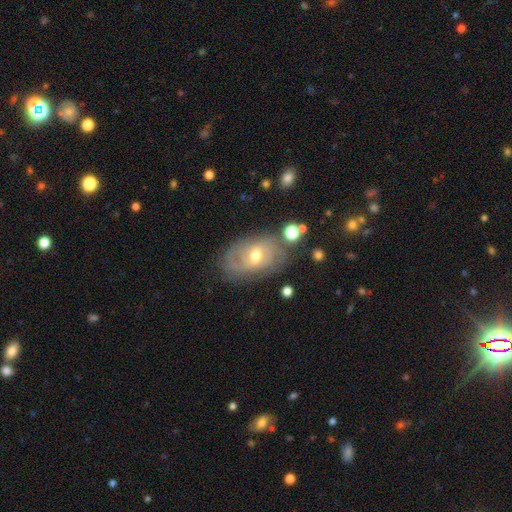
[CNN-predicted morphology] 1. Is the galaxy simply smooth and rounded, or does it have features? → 72% featured or disk, 20% smooth, 8% star or artifact.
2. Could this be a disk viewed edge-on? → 95% no, 5% yes.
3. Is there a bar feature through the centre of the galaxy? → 50% no, 41% weak, 9% strong.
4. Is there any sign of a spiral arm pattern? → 81% yes, 19% no.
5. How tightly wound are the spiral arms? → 57% tight, 32% medium, 11% loose.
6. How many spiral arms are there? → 46% can't tell, 31% 2, 11% 3, 5% 1, 4% 4, 3% more than 4.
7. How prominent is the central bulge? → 63% moderate, 32% small, 3% large, 1% none, 1% dominant.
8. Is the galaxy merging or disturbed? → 67% none, 20% minor disturbance, 9% major disturbance, 4% merger.